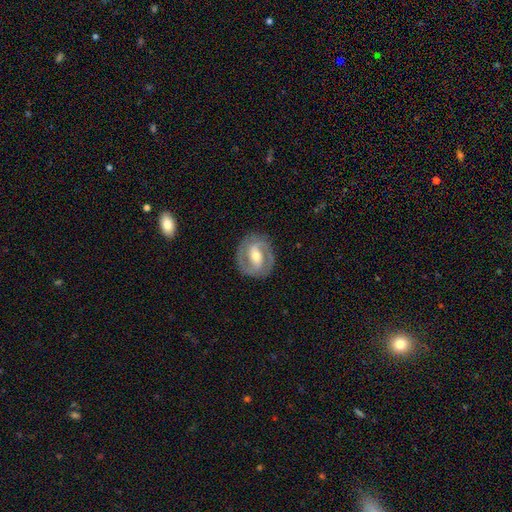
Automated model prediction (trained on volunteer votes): Smooth or featured? featured or disk (79%)
Edge-on disk? no (96%)
Bar? strong (47%)
Spiral arms? yes (83%)
Spiral winding? tight (47%)
Spiral arm count? 2 (86%)
Bulge size? moderate (62%)
Merging? none (85%)